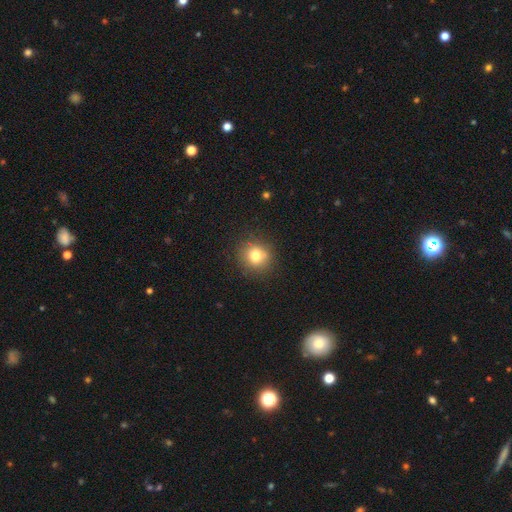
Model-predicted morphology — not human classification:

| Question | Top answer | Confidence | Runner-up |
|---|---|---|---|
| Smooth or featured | smooth | 77% | star or artifact (13%) |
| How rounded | round | 88% | in between (11%) |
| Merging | none | 86% | minor disturbance (9%) |